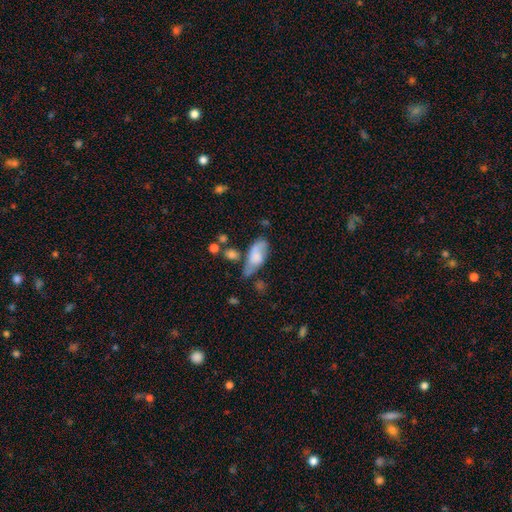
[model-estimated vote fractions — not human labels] smooth-or-featured: smooth: 63% | featured or disk: 29% | star or artifact: 8%
  how-rounded: in between: 85% | cigar-shaped: 12% | round: 4%
  merging: none: 34% | minor disturbance: 31% | major disturbance: 21% | merger: 14%